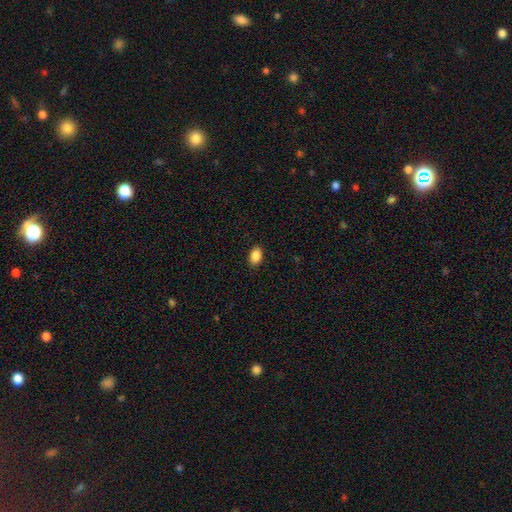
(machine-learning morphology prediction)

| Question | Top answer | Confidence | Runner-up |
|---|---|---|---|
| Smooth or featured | smooth | 88% | star or artifact (8%) |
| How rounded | in between | 87% | round (12%) |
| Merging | none | 90% | minor disturbance (7%) |